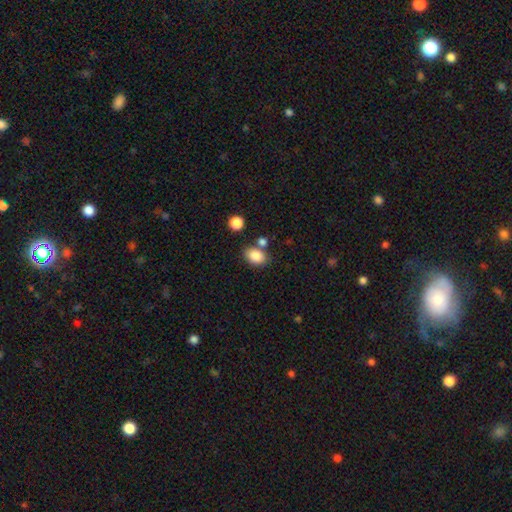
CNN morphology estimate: smooth 85%, star or artifact 9%, featured or disk 6%. Down the decision tree: how rounded — in between (78%); merging — none (69%).